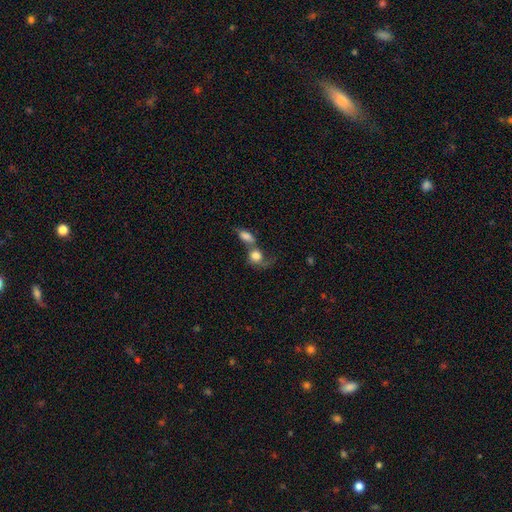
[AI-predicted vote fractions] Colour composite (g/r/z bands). It shows a smooth galaxy with no disk features (73%) that is round (60%). Merging: merger (65%).